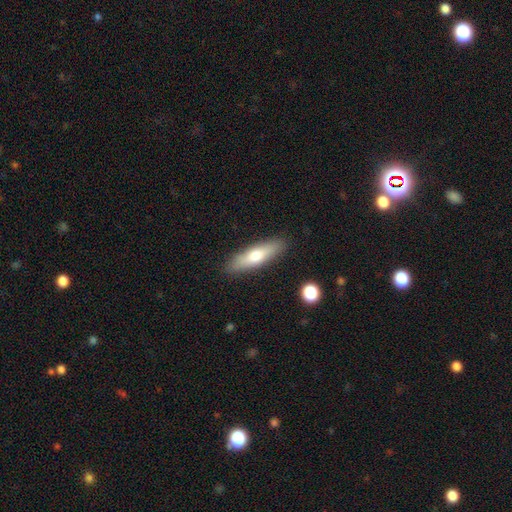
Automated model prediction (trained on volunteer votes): Smooth or featured? smooth (63%)
How rounded? cigar-shaped (71%)
Merging? none (89%)